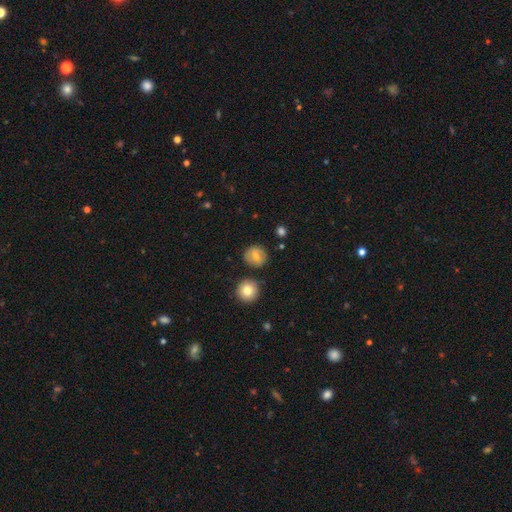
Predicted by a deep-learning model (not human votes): Overall: smooth (67%). How rounded: round (87%). Merging: none (82%).